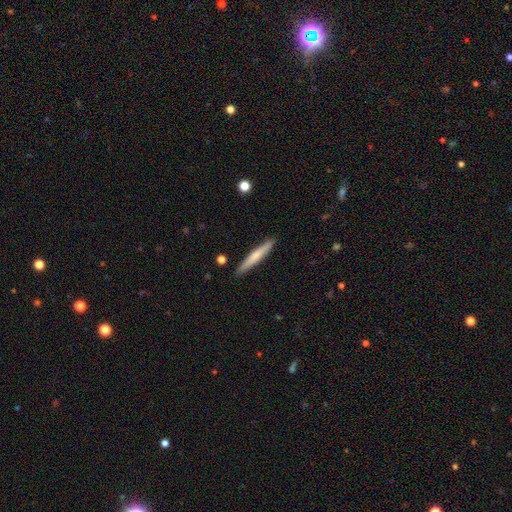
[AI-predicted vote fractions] Smooth or featured: smooth — 60% (featured or disk — 35%)
How rounded: cigar-shaped — 95% (in between — 4%)
Merging: none — 90% (minor disturbance — 7%)